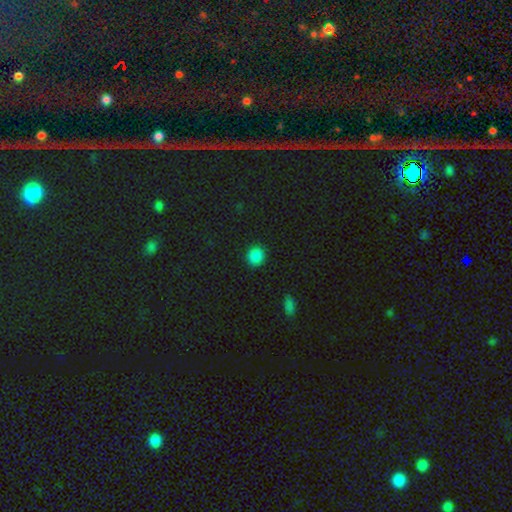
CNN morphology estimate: smooth_or_featured: smooth (p=0.87) [alt: star or artifact p=0.11]
how_rounded: round (p=0.87) [alt: in between p=0.12]
merging: none (p=0.91) [alt: minor disturbance p=0.06]